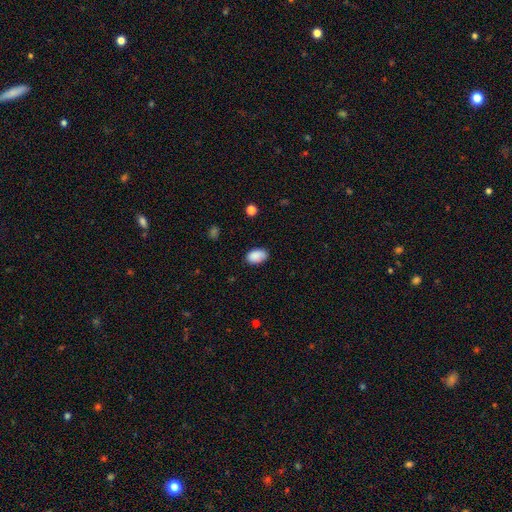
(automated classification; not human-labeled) Smooth or featured? Predicted: smooth (p=0.88). How rounded? Predicted: in between (p=0.91). Merging? Predicted: none (p=0.79).